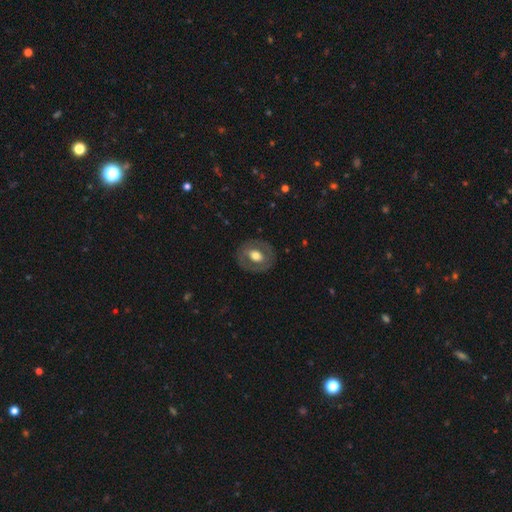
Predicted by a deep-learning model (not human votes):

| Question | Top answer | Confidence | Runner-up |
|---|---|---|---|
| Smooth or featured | smooth | 49% | featured or disk (45%) |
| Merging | none | 83% | minor disturbance (11%) |